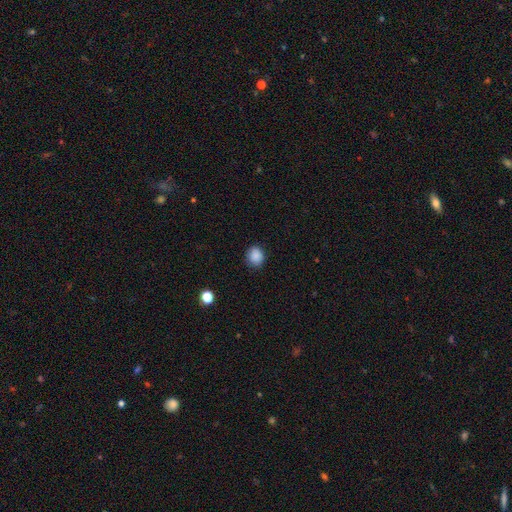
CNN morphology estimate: A smooth galaxy with no disk features (87%) that is round (72%). Merging: none (85%).